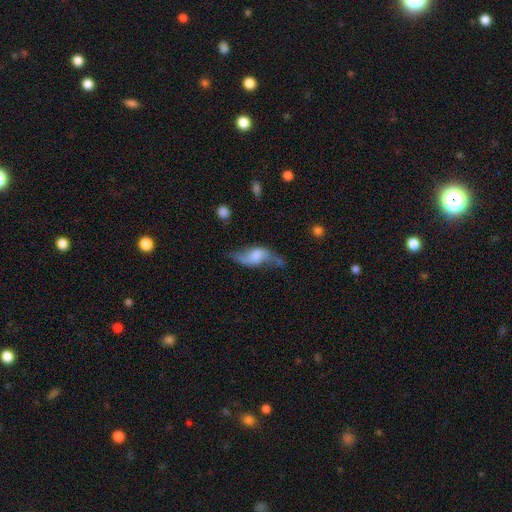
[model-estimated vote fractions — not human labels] Smooth or featured?
  - featured or disk: 74% *
  - smooth: 19%
  - star or artifact: 7%
Edge-on disk?
  - no: 91% *
  - yes: 9%
Bar?
  - weak: 44% *
  - no: 41%
  - strong: 14%
Spiral arms?
  - yes: 89% *
  - no: 11%
Spiral winding?
  - loose: 84% *
  - medium: 12%
  - tight: 3%
Spiral arm count?
  - 2: 90% *
  - 1: 4%
  - can't tell: 4%
  - 3: 1%
  - 4: 1%
  - more than 4: 1%
Bulge size?
  - moderate: 38% *
  - small: 27%
  - none: 19%
  - large: 13%
  - dominant: 2%
Merging?
  - none: 50% *
  - minor disturbance: 25%
  - major disturbance: 19%
  - merger: 6%